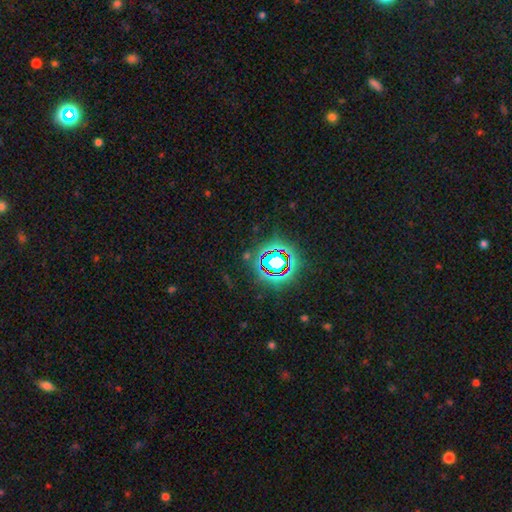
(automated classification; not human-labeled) Overall: star or artifact (77%).